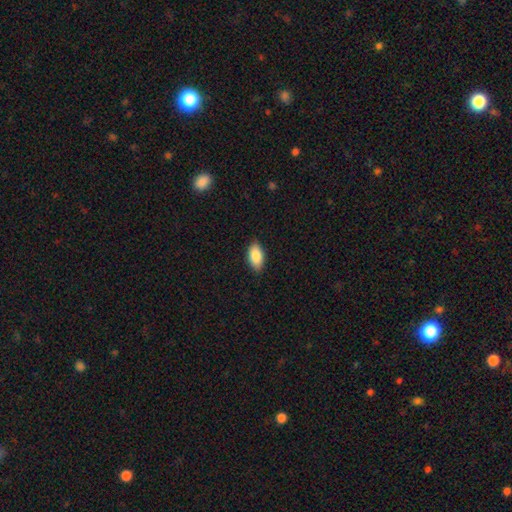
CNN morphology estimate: A smooth galaxy with no disk features (87%) that is in between round and cigar-shaped (93%).

Vote fractions:
- Smooth or featured? smooth: 87% / star or artifact: 7% / featured or disk: 6%
- How rounded? in between: 93% / round: 4% / cigar-shaped: 3%
- Merging? none: 86% / minor disturbance: 11% / major disturbance: 2% / merger: 1%